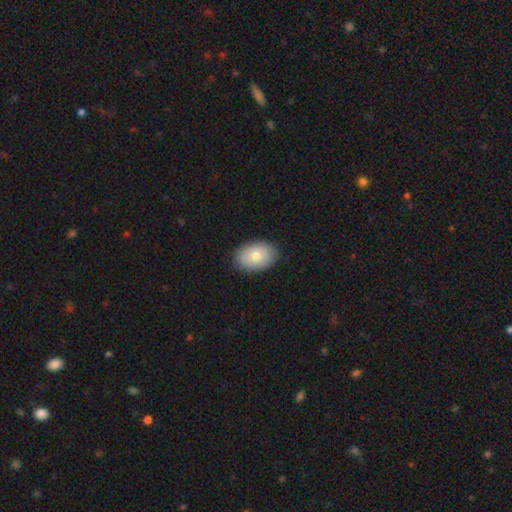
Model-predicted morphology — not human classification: Overall: smooth (78%). How rounded: in between (85%). Merging: none (89%).